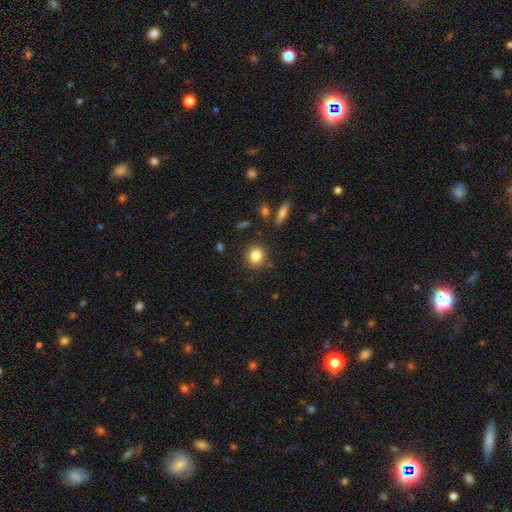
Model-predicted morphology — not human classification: This appears to be a smooth galaxy with no disk features (83%) that is round (75%). Merging: none (86%).